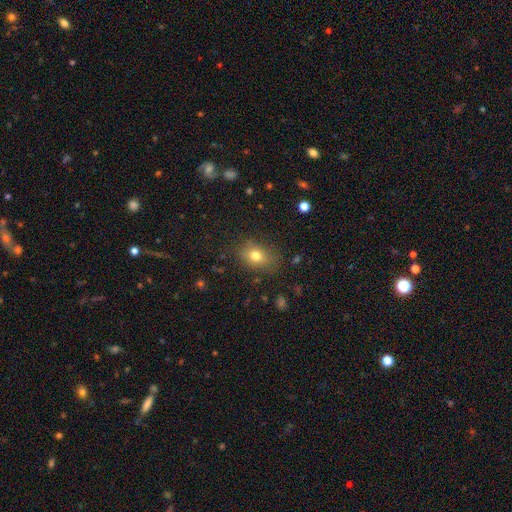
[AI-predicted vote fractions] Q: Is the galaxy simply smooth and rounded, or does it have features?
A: smooth — 76%.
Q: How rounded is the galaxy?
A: in between — 64%.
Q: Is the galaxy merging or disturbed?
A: none — 78%.